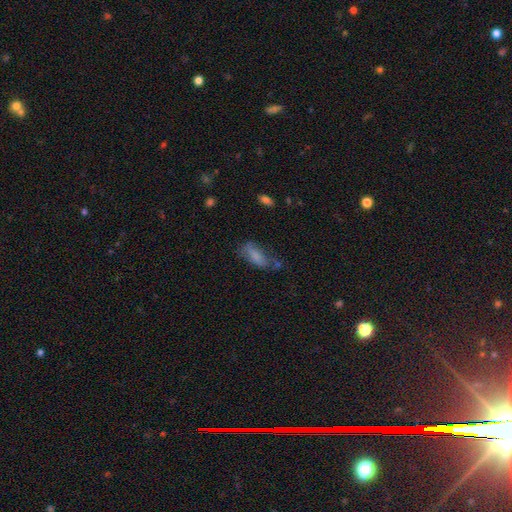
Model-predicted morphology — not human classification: smooth 74%, featured or disk 17%, star or artifact 9%. Down the decision tree: how rounded — in between (74%); merging — none (45%).